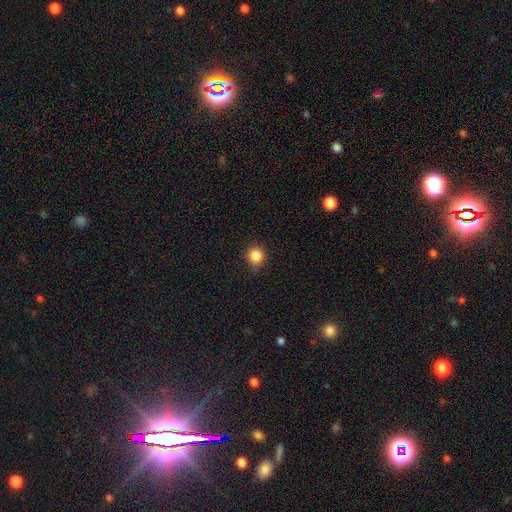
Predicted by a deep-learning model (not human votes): The model was most divided on "merging": none: 74%, minor disturbance: 21%, major disturbance: 4%, merger: 1%. More confident: how rounded — round (88%); smooth or featured — smooth (85%).